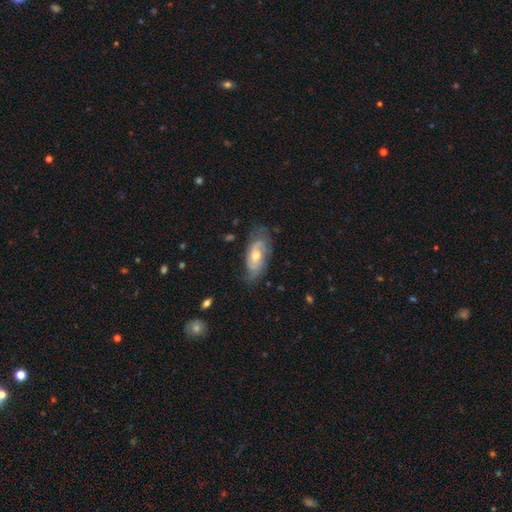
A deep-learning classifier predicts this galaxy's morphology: Overall: featured or disk (65%; smooth 28%). Edge-on disk: no (89%). Bar: no (65%; weak 29%). Spiral arms: yes (83%). Bulge size: moderate (69%). Merging: none (64%; minor disturbance 25%).